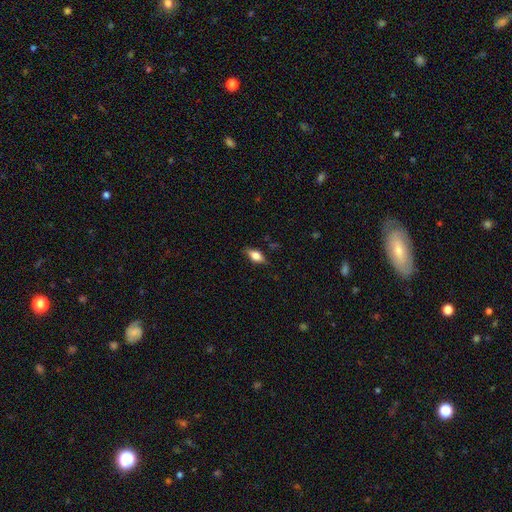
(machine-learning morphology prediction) This is likely a smooth galaxy (73%). How rounded: clearly in between (83%). Merging: likely none (79%).